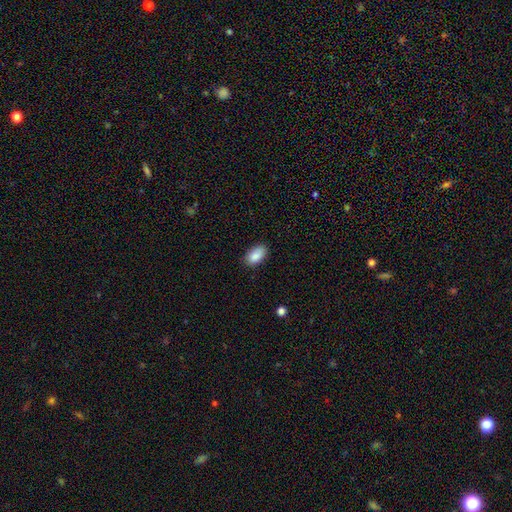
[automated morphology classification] smooth-or-featured: smooth: 87% | star or artifact: 7% | featured or disk: 6%
  how-rounded: in between: 93% | round: 4% | cigar-shaped: 2%
  merging: none: 84% | minor disturbance: 12% | major disturbance: 2% | merger: 1%